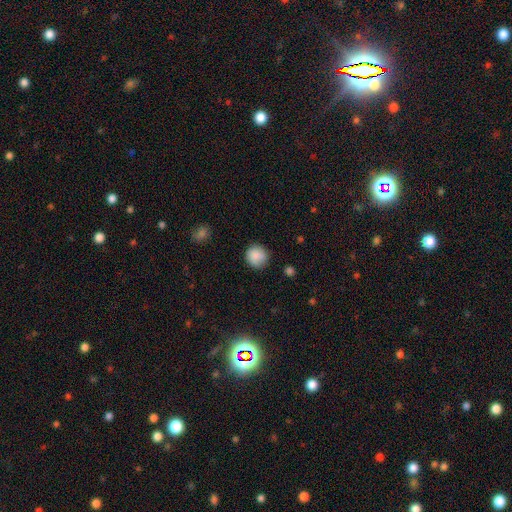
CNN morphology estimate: smooth-or-featured: smooth: 87% | star or artifact: 8% | featured or disk: 5%
  how-rounded: round: 89% | in between: 10% | cigar-shaped: 1%
  merging: none: 79% | minor disturbance: 15% | major disturbance: 4% | merger: 2%